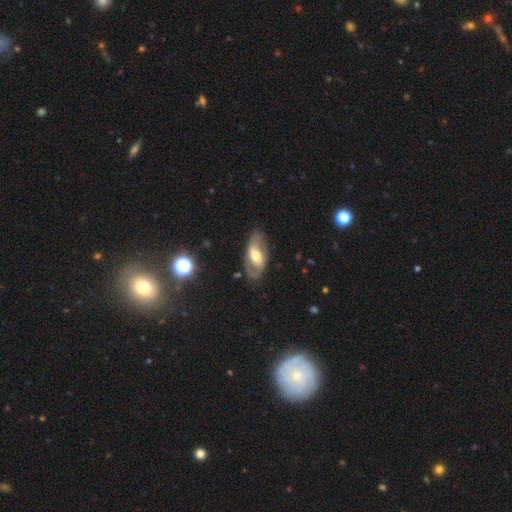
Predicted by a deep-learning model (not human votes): A featured or disk galaxy (59%) with no bar (41%), spiral arms (65%) and a moderate central bulge (65%).

Vote fractions:
- Smooth or featured? featured or disk: 59% / smooth: 34% / star or artifact: 7%
- Edge-on disk? no: 90% / yes: 10%
- Bar? no: 41% / weak: 36% / strong: 23%
- Spiral arms? yes: 65% / no: 35%
- Bulge size? moderate: 65% / small: 20% / large: 12% / dominant: 1% / none: 1%
- Merging? none: 73% / minor disturbance: 18% / major disturbance: 7% / merger: 2%